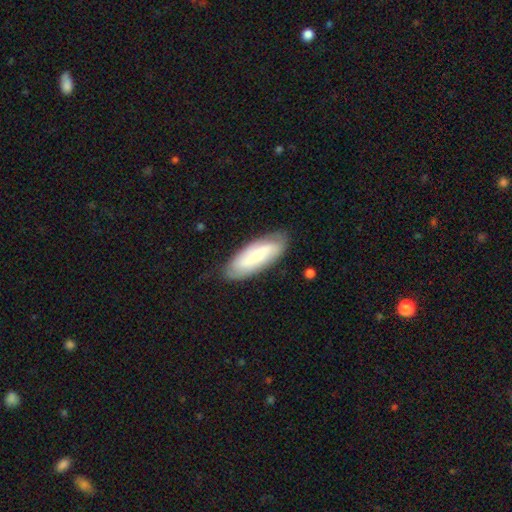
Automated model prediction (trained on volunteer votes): Morphology: type=smooth (49%); merging=none (80%).